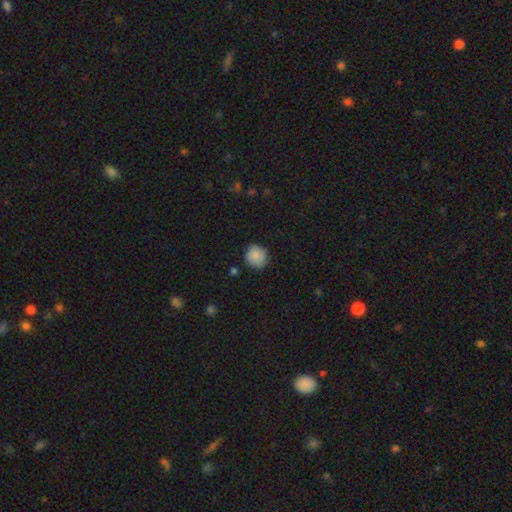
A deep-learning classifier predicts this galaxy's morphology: Overall: smooth (86%). How rounded: round (91%). Merging: none (84%).